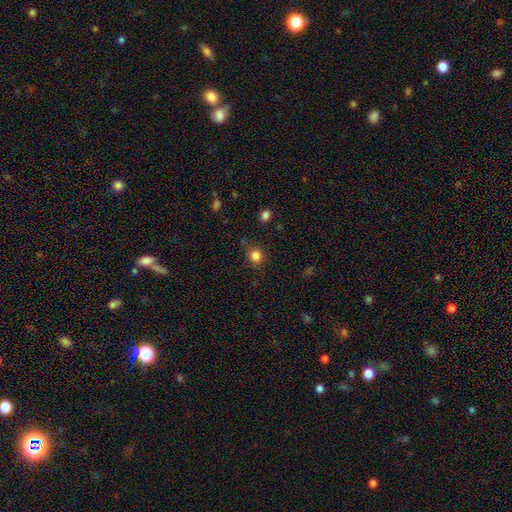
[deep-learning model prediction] smooth 83%, star or artifact 12%, featured or disk 4%. Down the decision tree: how rounded — round (89%); merging — none (83%).